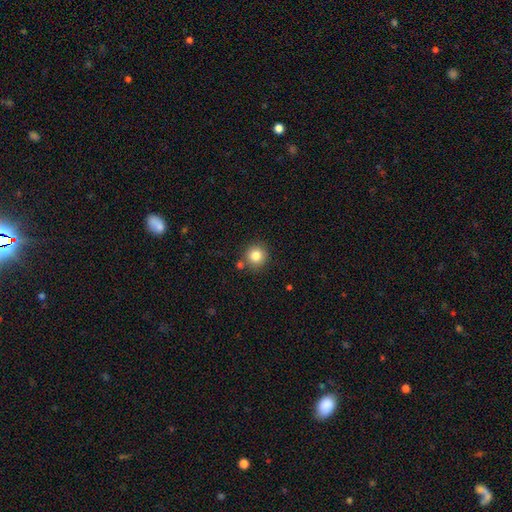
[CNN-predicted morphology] smooth-or-featured: smooth: 82% | star or artifact: 11% | featured or disk: 7%
  how-rounded: round: 93% | in between: 6% | cigar-shaped: 1%
  merging: none: 82% | minor disturbance: 8% | merger: 7% | major disturbance: 2%